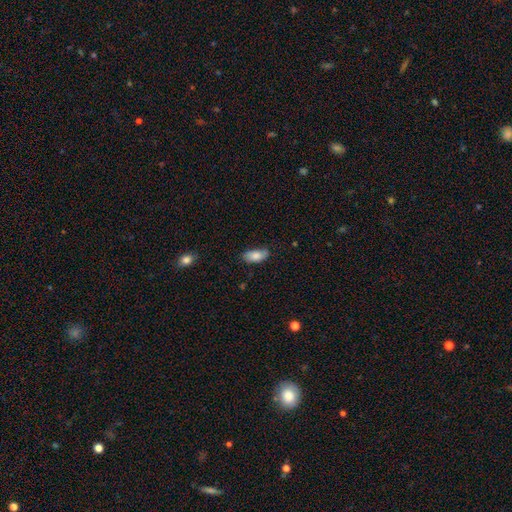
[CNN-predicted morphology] Smooth or featured?
  - smooth: 83% *
  - featured or disk: 10%
  - star or artifact: 7%
How rounded?
  - in between: 90% *
  - cigar-shaped: 8%
  - round: 3%
Merging?
  - none: 70% *
  - minor disturbance: 24%
  - major disturbance: 4%
  - merger: 2%